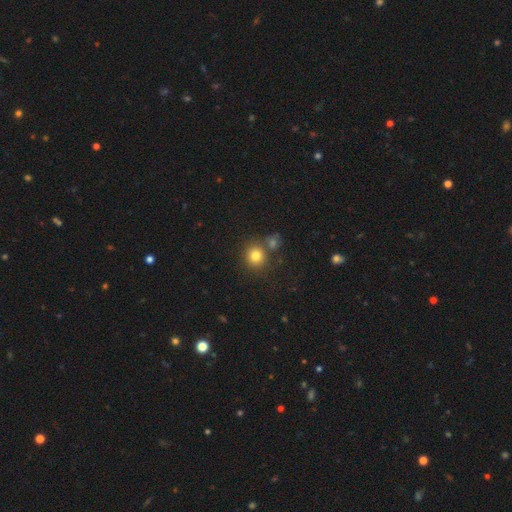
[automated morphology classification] smooth-or-featured: smooth: 79% | star or artifact: 13% | featured or disk: 7%
  how-rounded: round: 89% | in between: 10% | cigar-shaped: 1%
  merging: none: 71% | merger: 17% | minor disturbance: 9% | major disturbance: 3%